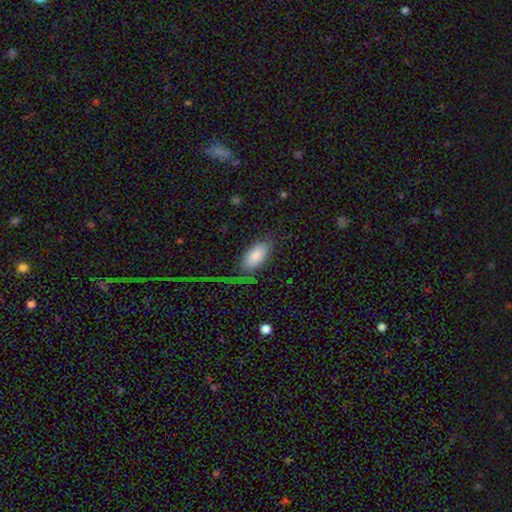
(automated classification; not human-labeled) Smooth or featured: smooth — 79% (featured or disk — 15%)
How rounded: in between — 93% (cigar-shaped — 4%)
Merging: none — 47% (major disturbance — 28%)